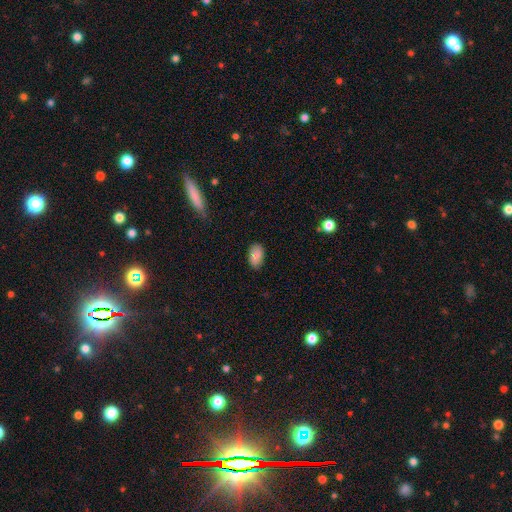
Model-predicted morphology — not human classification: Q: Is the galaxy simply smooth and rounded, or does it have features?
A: smooth — 87%.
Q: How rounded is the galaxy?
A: in between — 92%.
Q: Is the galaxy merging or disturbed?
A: none — 82%.